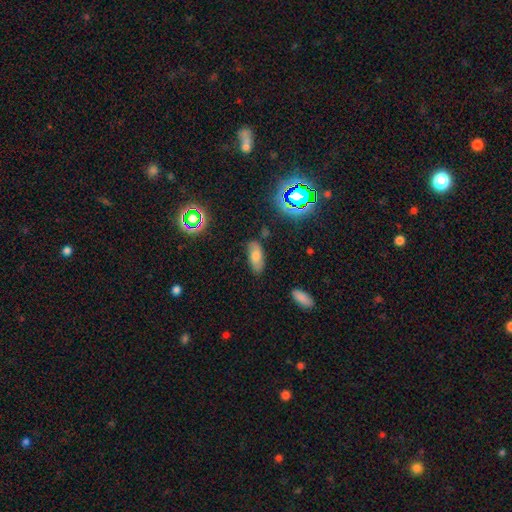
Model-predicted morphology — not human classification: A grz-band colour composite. It shows a smooth galaxy with no disk features (65%) that is in between round and cigar-shaped (86%). Merging: none (74%).